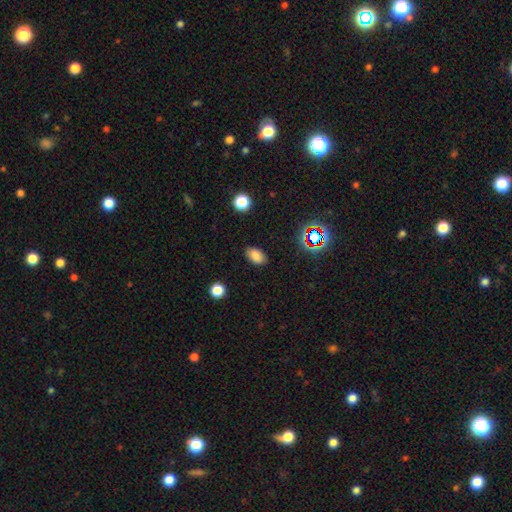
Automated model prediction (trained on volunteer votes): smooth_or_featured: smooth (p=0.82) [alt: star or artifact p=0.13]
how_rounded: in between (p=0.89) [alt: round p=0.09]
merging: none (p=0.86) [alt: minor disturbance p=0.10]